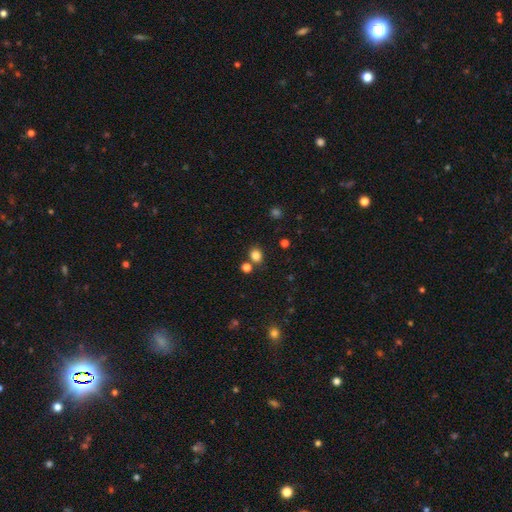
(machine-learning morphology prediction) A smooth galaxy with no disk features (82%) that is round (60%).

Vote fractions:
- Smooth or featured? smooth: 82% / star or artifact: 13% / featured or disk: 5%
- How rounded? round: 60% / in between: 39% / cigar-shaped: 1%
- Merging? none: 73% / merger: 14% / minor disturbance: 9% / major disturbance: 3%